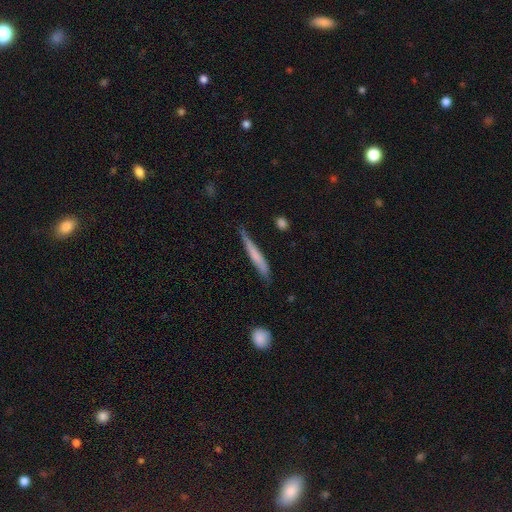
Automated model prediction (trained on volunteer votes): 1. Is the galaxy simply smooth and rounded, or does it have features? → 60% smooth, 34% featured or disk, 6% star or artifact.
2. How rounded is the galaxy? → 95% cigar-shaped, 3% in between, 2% round.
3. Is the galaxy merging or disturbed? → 67% none, 26% minor disturbance, 5% major disturbance, 2% merger.